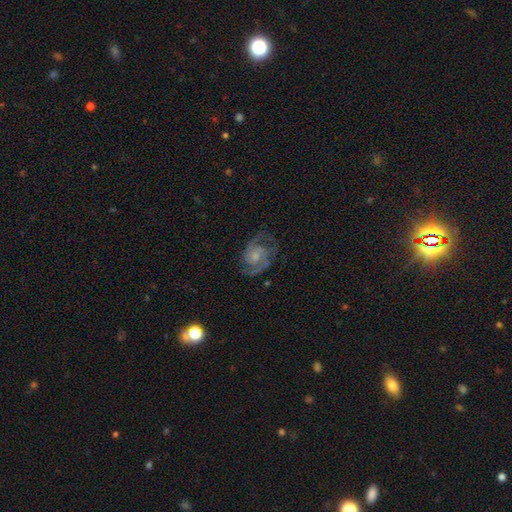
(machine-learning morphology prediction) This is clearly a featured or disk galaxy (85%). It is clearly not viewed edge-on (98%). Bar: likely no (65%). Spiral arm pattern: clearly yes (96%). Spiral arm count: likely 2 (73%). Spiral winding: possibly medium (53%). Central bulge: possibly small (47%). Merging: likely none (67%).